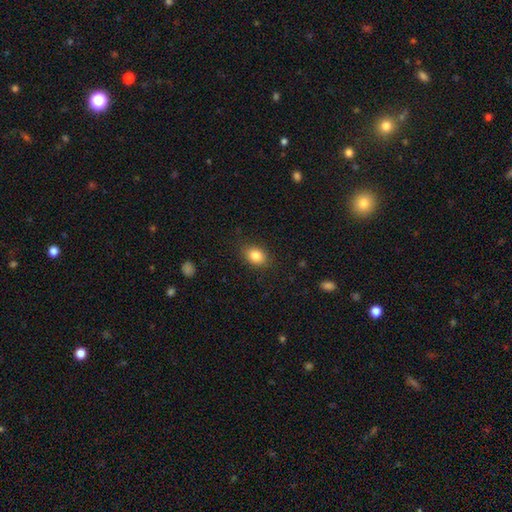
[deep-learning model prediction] smooth-or-featured: smooth: 84% | star or artifact: 9% | featured or disk: 7%
  how-rounded: in between: 67% | round: 32% | cigar-shaped: 1%
  merging: none: 85% | minor disturbance: 11% | major disturbance: 3% | merger: 1%